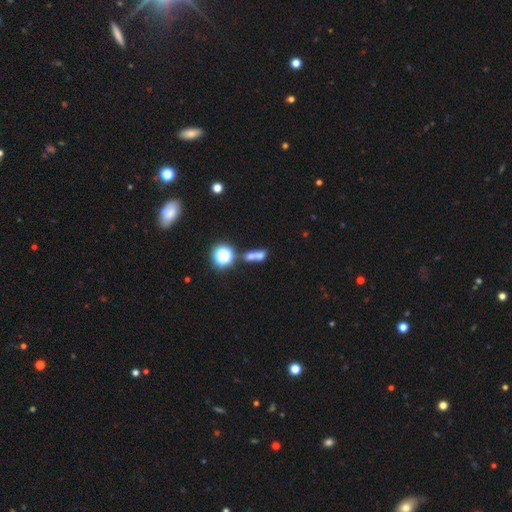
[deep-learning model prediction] Overall: smooth (60%; star or artifact 21%). How rounded: in between (46%; round 42%). Merging: merger (58%; none 27%).